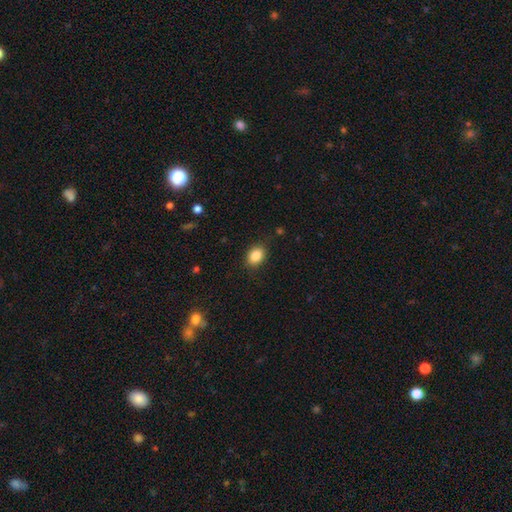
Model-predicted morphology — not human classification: The model was most divided on "how rounded": in between: 72%, round: 27%, cigar-shaped: 1%. More confident: smooth or featured — smooth (86%); merging — none (86%).